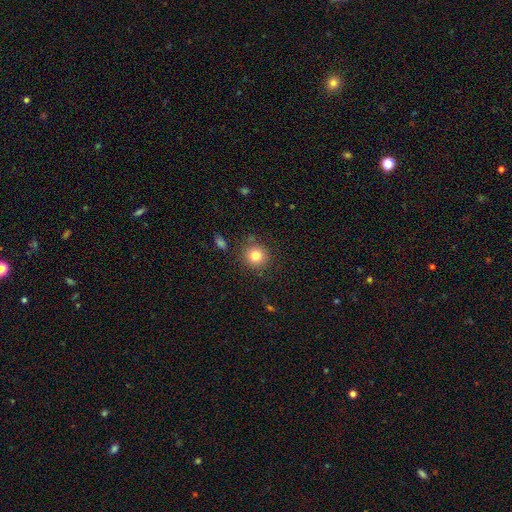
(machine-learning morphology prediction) smooth-or-featured: smooth: 81% | star or artifact: 12% | featured or disk: 8%
  how-rounded: round: 92% | in between: 7% | cigar-shaped: 1%
  merging: none: 85% | minor disturbance: 9% | major disturbance: 3% | merger: 3%